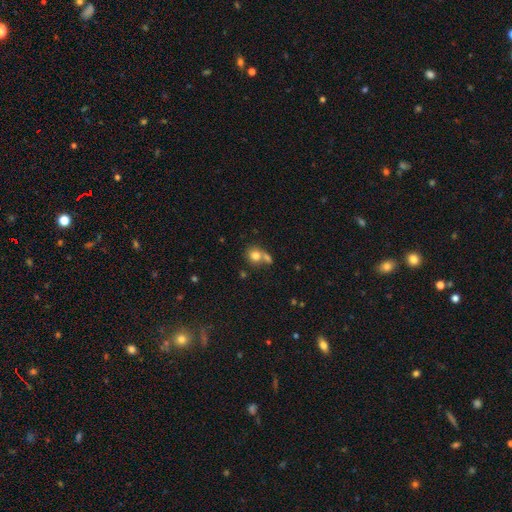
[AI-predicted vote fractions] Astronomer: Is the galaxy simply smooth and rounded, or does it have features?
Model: smooth — 78%.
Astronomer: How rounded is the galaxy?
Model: round — 78%.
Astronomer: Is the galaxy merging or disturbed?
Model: none — 44% (runner-up: merger, 42%).